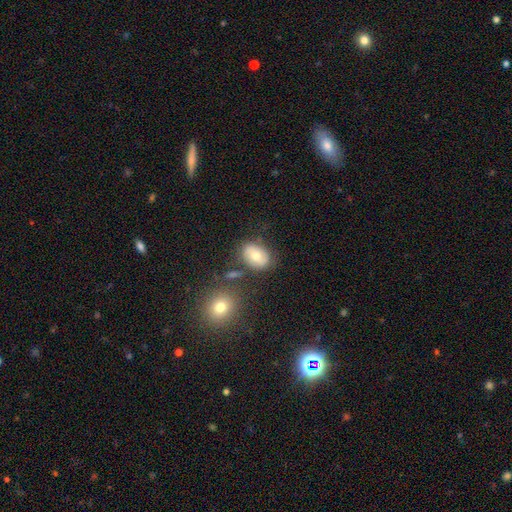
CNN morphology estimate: Smooth or featured? Predicted: smooth (p=0.70). How rounded? Predicted: in between (p=0.75). Merging? Predicted: none (p=0.70).